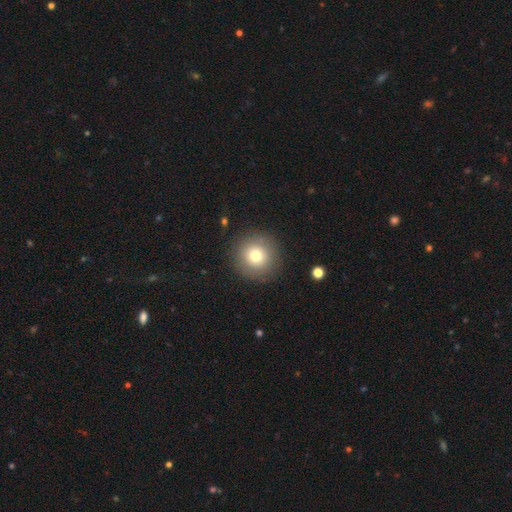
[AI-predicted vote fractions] This is likely a smooth galaxy (75%). How rounded: clearly round (95%). Merging: clearly none (89%).